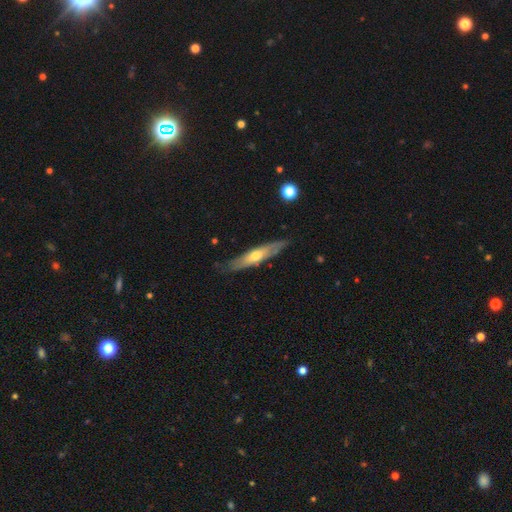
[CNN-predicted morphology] This is possibly a featured or disk galaxy (53%). It is likely viewed edge-on (74%). Merging: likely none (79%).